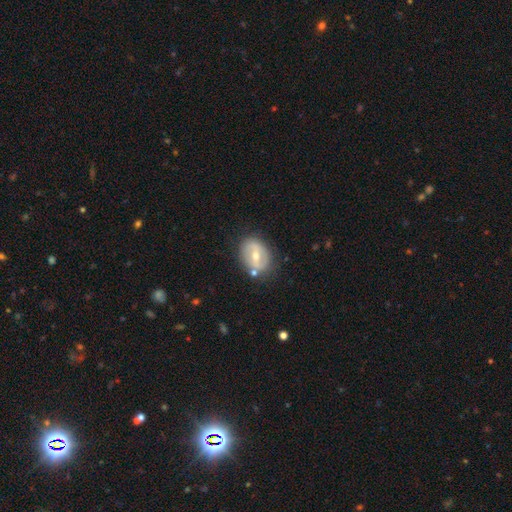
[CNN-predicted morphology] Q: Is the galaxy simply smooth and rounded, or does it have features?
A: featured or disk — 62%.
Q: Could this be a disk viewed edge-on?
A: no — 94%.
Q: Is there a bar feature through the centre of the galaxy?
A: weak — 42%.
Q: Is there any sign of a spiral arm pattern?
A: no — 56%.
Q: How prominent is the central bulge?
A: moderate — 62%.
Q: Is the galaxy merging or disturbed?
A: none — 77%.